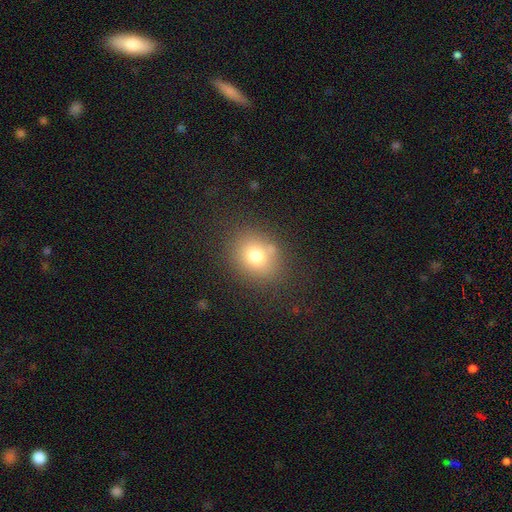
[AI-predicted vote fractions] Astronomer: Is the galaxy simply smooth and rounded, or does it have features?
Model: smooth — 75%.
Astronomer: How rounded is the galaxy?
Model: round — 60% (runner-up: in between, 39%).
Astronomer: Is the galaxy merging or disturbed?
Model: none — 76%.